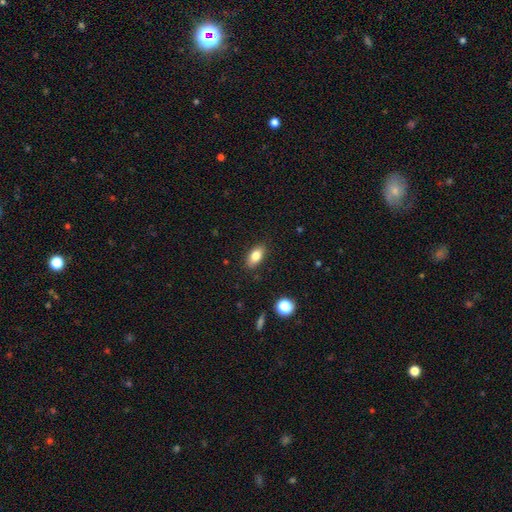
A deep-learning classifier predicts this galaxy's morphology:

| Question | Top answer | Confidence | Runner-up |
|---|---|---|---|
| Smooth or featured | smooth | 81% | featured or disk (10%) |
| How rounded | in between | 88% | round (6%) |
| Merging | none | 86% | minor disturbance (10%) |